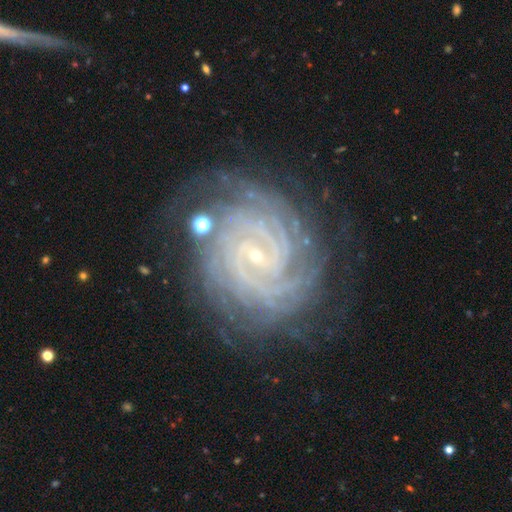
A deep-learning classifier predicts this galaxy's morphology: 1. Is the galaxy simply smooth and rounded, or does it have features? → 91% featured or disk, 5% star or artifact, 3% smooth.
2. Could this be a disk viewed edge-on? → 98% no, 2% yes.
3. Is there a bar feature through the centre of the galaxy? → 49% no, 35% weak, 15% strong.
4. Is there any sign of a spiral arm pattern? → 99% yes, 1% no.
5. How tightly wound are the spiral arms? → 86% tight, 12% medium, 2% loose.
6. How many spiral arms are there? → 24% 4, 19% more than 4, 17% can't tell, 16% 3, 15% 2, 9% 1.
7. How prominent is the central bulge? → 88% small, 8% moderate, 2% none, 1% large, 1% dominant.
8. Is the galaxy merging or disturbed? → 76% none, 15% minor disturbance, 6% major disturbance, 3% merger.